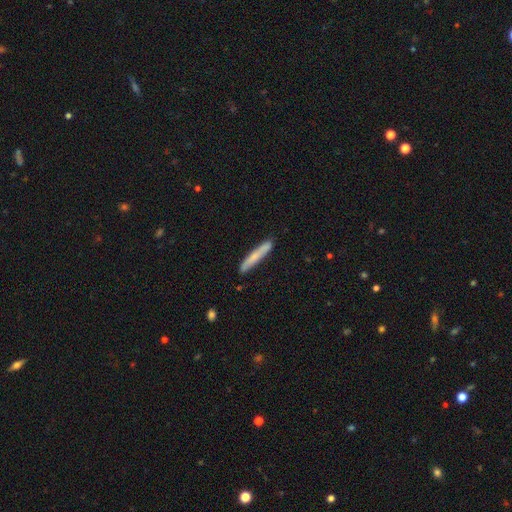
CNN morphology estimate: This appears to be a smooth galaxy with no disk features (66%) that is cigar-shaped (95%). Merging: none (86%).